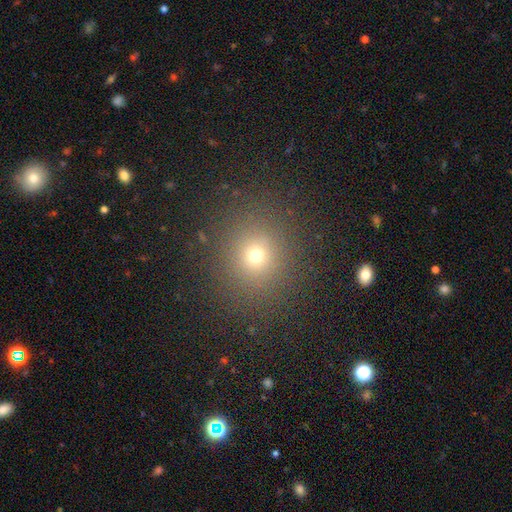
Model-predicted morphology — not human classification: Smooth or featured: smooth — 69% (star or artifact — 22%)
How rounded: round — 84% (in between — 15%)
Merging: none — 86% (minor disturbance — 8%)